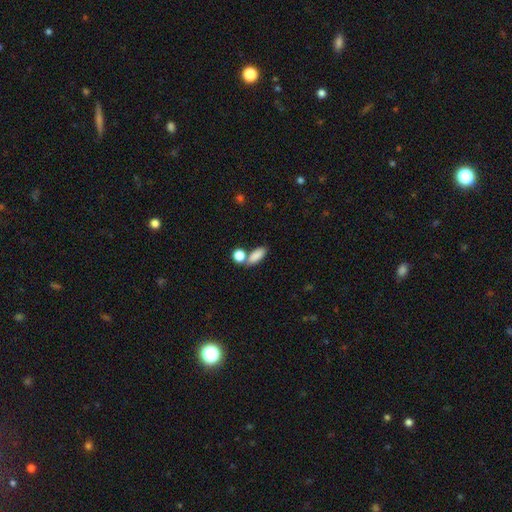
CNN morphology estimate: Smooth or featured? smooth (86%)
How rounded? in between (81%)
Merging? none (56%)